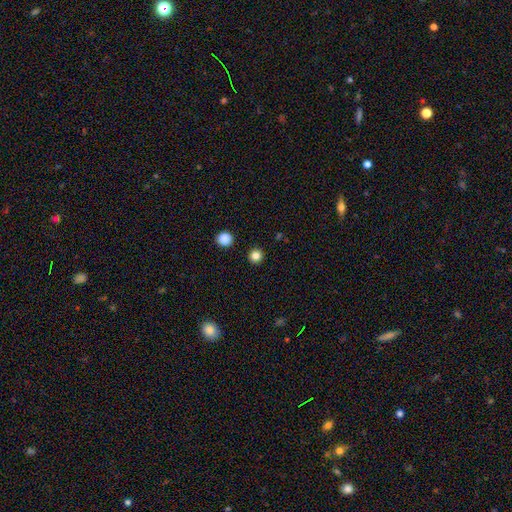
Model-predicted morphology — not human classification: smooth-or-featured: smooth: 83% | star or artifact: 13% | featured or disk: 4%
  how-rounded: round: 95% | in between: 4% | cigar-shaped: 1%
  merging: none: 93% | minor disturbance: 4% | major disturbance: 2% | merger: 2%